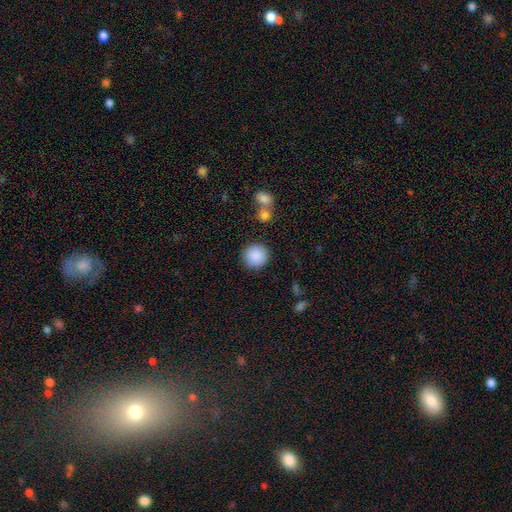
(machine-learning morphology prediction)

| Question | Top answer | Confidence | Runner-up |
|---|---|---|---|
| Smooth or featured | smooth | 89% | star or artifact (8%) |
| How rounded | round | 94% | in between (5%) |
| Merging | none | 87% | minor disturbance (7%) |